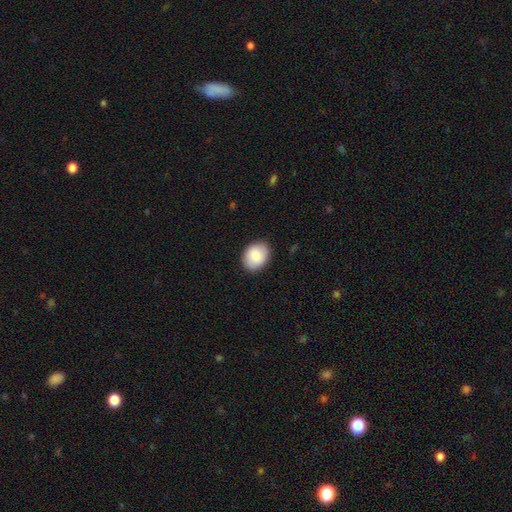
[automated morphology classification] The model was most divided on "how rounded": in between: 63%, round: 36%, cigar-shaped: 1%. More confident: merging — none (88%); smooth or featured — smooth (85%).